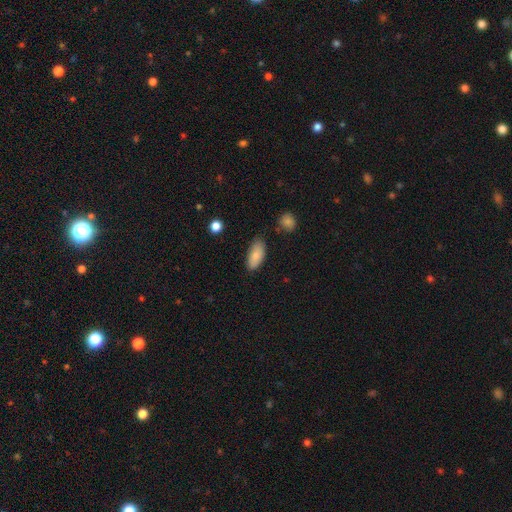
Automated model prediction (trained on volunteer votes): Smooth or featured? smooth (83%)
How rounded? in between (89%)
Merging? none (74%)